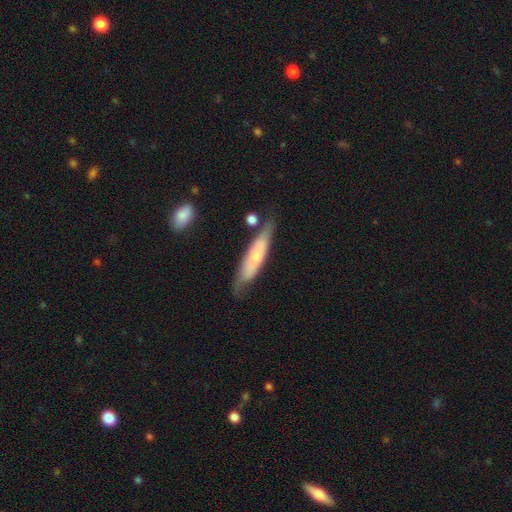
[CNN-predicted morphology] Smooth or featured: featured or disk — 49% (smooth — 45%)
Merging: none — 67% (minor disturbance — 22%)